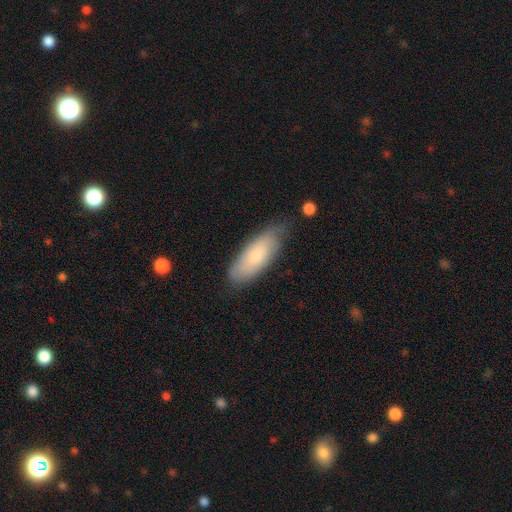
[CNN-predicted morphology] A smooth galaxy with no disk features (73%) that is in between round and cigar-shaped (72%). Merging: none (72%).